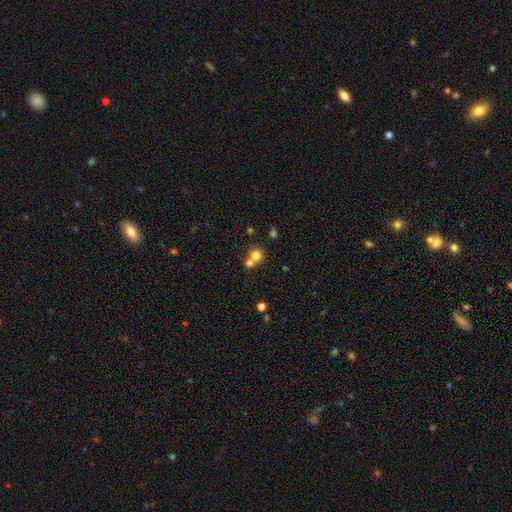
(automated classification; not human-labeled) The model was most divided on "merging": merger: 50%, none: 42%, minor disturbance: 6%, major disturbance: 3%. More confident: how rounded — round (87%); smooth or featured — smooth (76%).